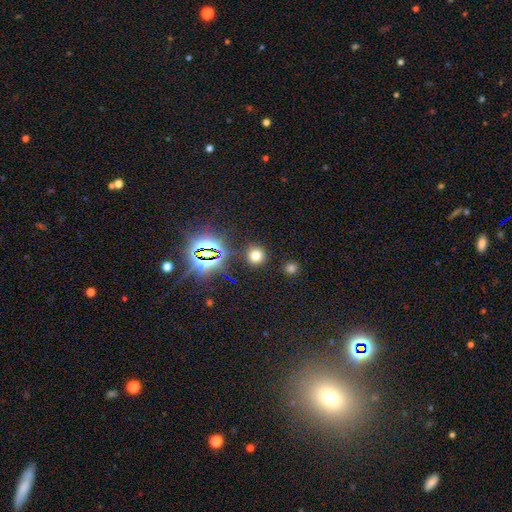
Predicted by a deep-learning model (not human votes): A smooth galaxy with no disk features (66%) that is round (91%). Merging: none (87%).